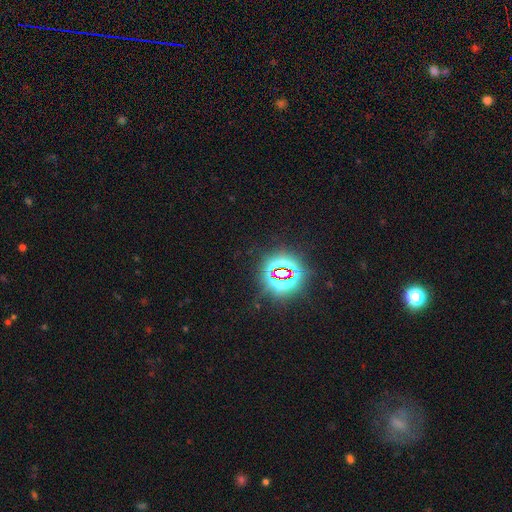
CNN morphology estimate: Q: Smooth or featured?
A: star or artifact (80%); runner-up: smooth (13%)